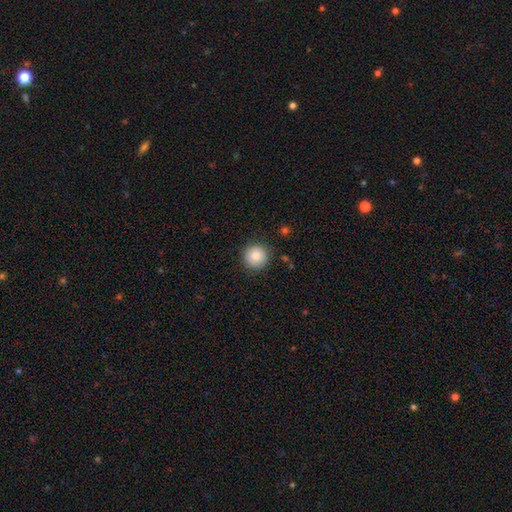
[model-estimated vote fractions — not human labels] Smooth or featured? Predicted: smooth (p=0.82). How rounded? Predicted: round (p=0.95). Merging? Predicted: none (p=0.89).